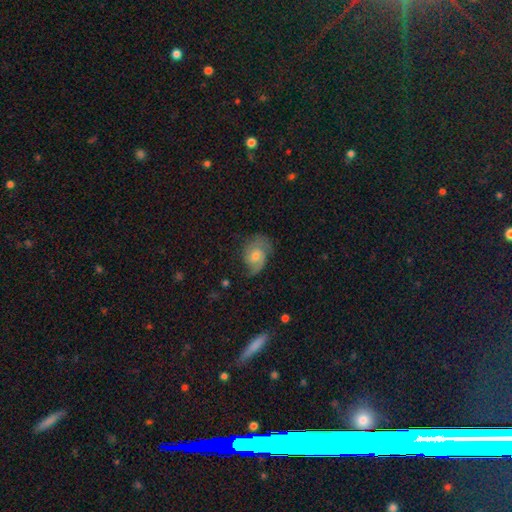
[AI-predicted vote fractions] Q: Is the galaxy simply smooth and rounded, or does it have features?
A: featured or disk — 66%.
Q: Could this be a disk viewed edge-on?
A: no — 97%.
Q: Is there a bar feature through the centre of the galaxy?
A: no — 66%.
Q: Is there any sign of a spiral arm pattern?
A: yes — 91%.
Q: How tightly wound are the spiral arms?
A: medium — 45%.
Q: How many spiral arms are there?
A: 2 — 67%.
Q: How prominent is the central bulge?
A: moderate — 51%.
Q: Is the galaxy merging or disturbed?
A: none — 58%.